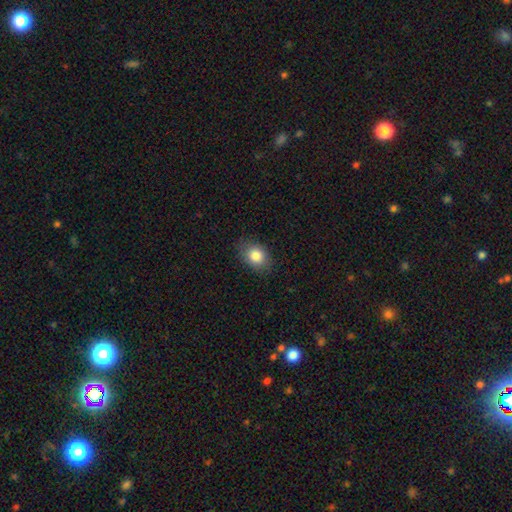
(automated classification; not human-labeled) Smooth or featured? smooth (84%)
How rounded? in between (63%)
Merging? none (83%)